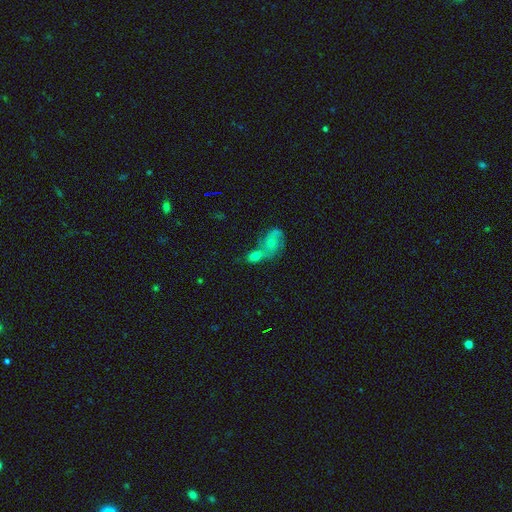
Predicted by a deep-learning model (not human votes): Smooth or featured? smooth (59%)
How rounded? in between (65%)
Merging? merger (63%)